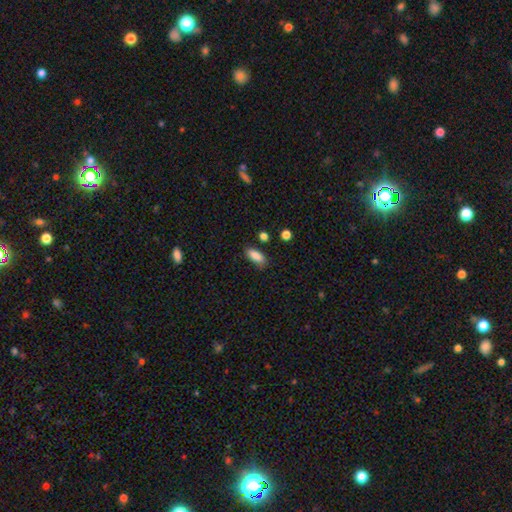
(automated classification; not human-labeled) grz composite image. It shows a smooth galaxy with no disk features (87%) that is in between round and cigar-shaped (83%). Merging: none (79%).